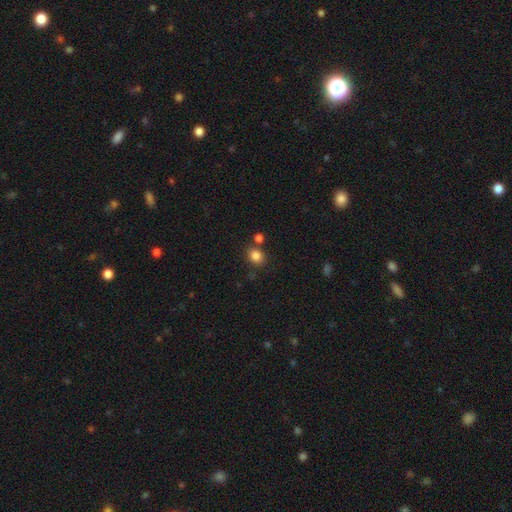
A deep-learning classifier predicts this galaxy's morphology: smooth_or_featured: smooth (p=0.84) [alt: star or artifact p=0.11]
how_rounded: round (p=0.64) [alt: in between p=0.35]
merging: none (p=0.73) [alt: merger p=0.13]